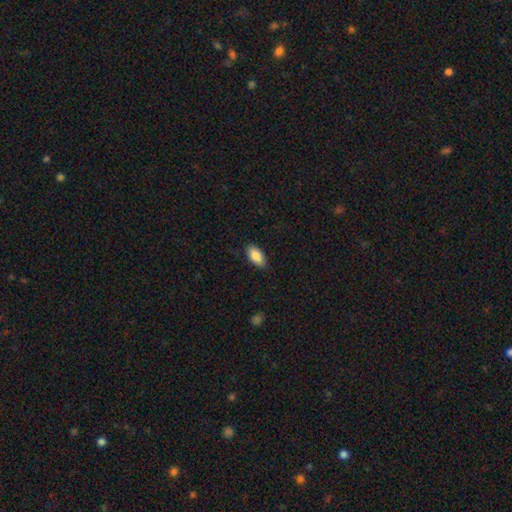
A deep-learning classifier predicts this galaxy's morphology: Smooth or featured? smooth (85%)
How rounded? in between (92%)
Merging? none (85%)